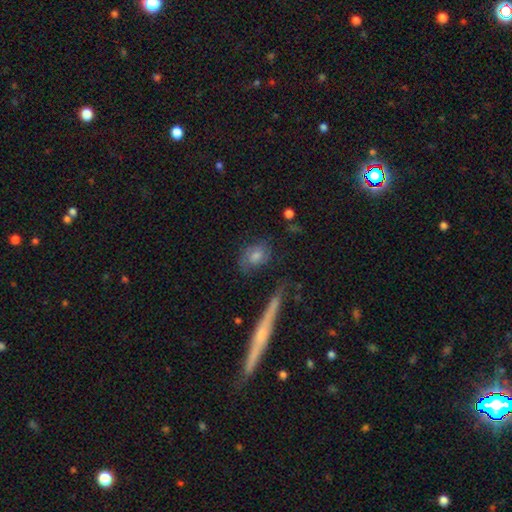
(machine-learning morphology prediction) Q: Smooth or featured?
A: smooth (54%); runner-up: featured or disk (35%)
Q: How rounded?
A: in between (49%); runner-up: round (41%)
Q: Merging?
A: none (72%); runner-up: minor disturbance (17%)